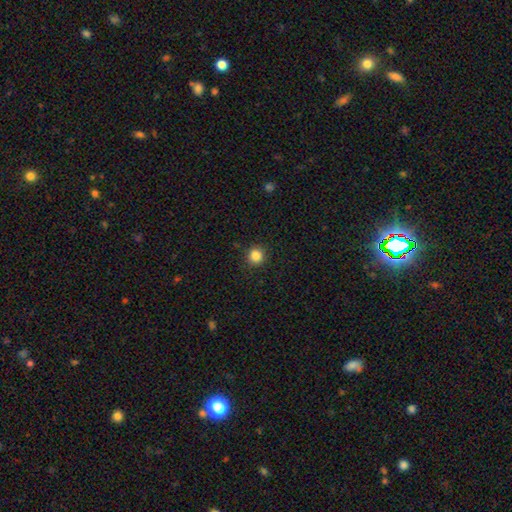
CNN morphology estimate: Smooth or featured? Predicted: smooth (p=0.85). How rounded? Predicted: round (p=0.92). Merging? Predicted: none (p=0.91).